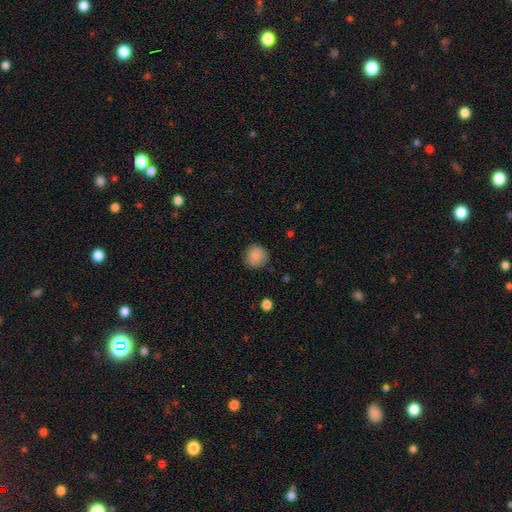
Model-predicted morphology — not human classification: type=smooth (87%); roundness=round (91%); merging=none (84%).